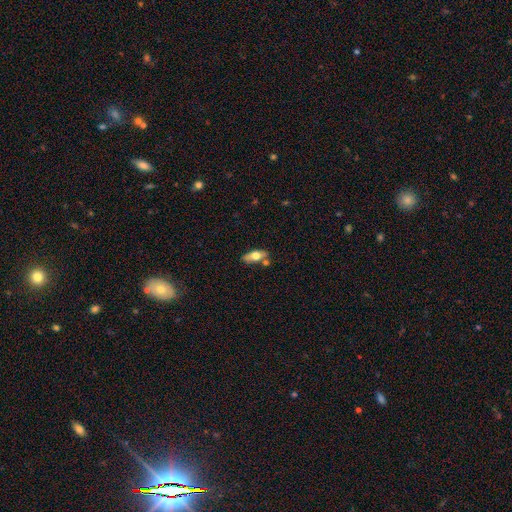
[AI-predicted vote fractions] A smooth galaxy with no disk features (60%) that is in between round and cigar-shaped (74%).

Vote fractions:
- Smooth or featured? smooth: 60% / featured or disk: 34% / star or artifact: 6%
- How rounded? in between: 74% / cigar-shaped: 22% / round: 4%
- Merging? none: 70% / minor disturbance: 15% / merger: 12% / major disturbance: 4%